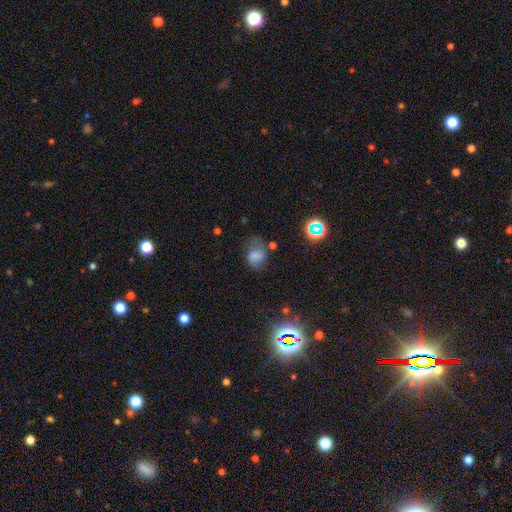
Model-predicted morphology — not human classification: Smooth or featured? Predicted: smooth (p=0.60). How rounded? Predicted: in between (p=0.61). Merging? Predicted: none (p=0.44).